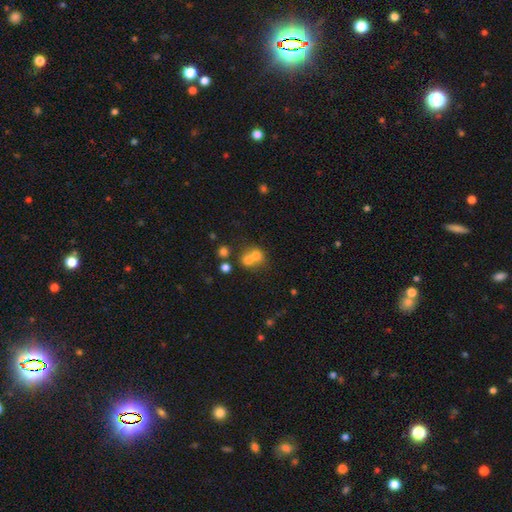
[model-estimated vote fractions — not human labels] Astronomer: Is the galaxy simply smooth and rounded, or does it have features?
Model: smooth — 67%.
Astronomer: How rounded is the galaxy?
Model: round — 77%.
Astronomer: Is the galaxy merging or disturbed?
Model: merger — 59%.